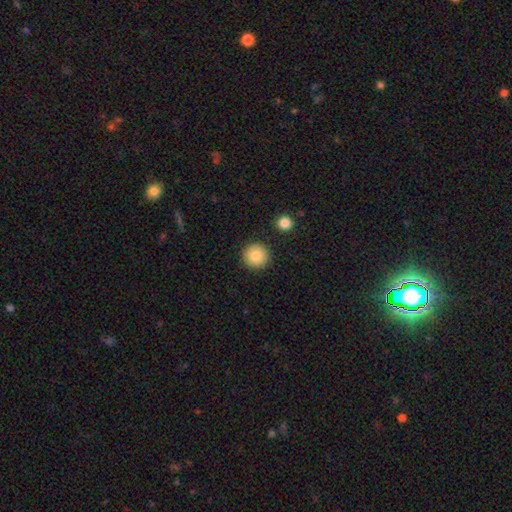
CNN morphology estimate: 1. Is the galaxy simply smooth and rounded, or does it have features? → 85% smooth, 8% star or artifact, 7% featured or disk.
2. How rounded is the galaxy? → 95% round, 4% in between, 1% cigar-shaped.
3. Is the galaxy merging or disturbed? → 90% none, 6% minor disturbance, 2% merger, 2% major disturbance.